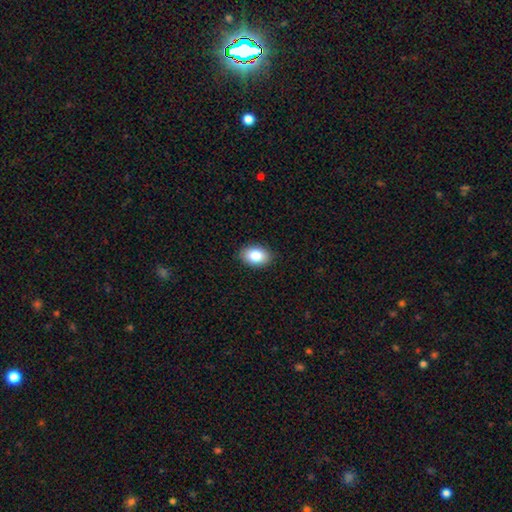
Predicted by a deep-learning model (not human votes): smooth_or_featured: smooth (p=0.84) [alt: featured or disk p=0.09]
how_rounded: in between (p=0.86) [alt: round p=0.12]
merging: none (p=0.89) [alt: minor disturbance p=0.08]